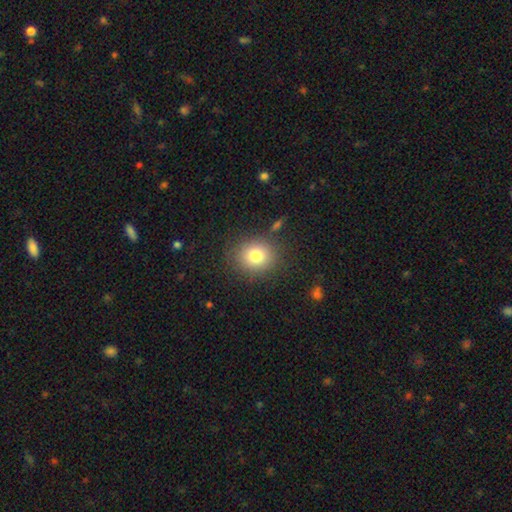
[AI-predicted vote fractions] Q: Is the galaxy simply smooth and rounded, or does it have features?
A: smooth — 80%.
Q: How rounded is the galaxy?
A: round — 78%.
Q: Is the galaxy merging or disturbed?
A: none — 84%.